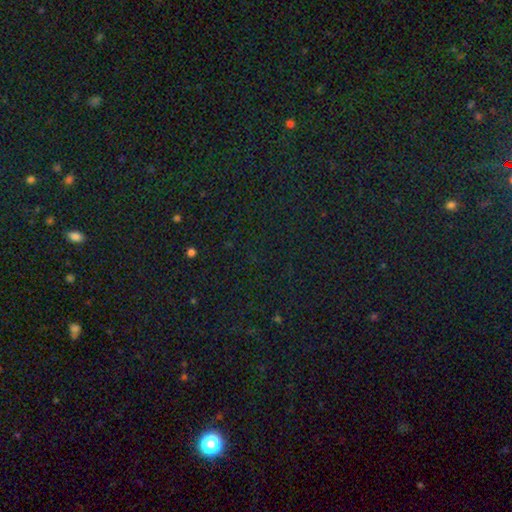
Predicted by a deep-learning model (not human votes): Q: Smooth or featured?
A: star or artifact (79%); runner-up: smooth (14%)